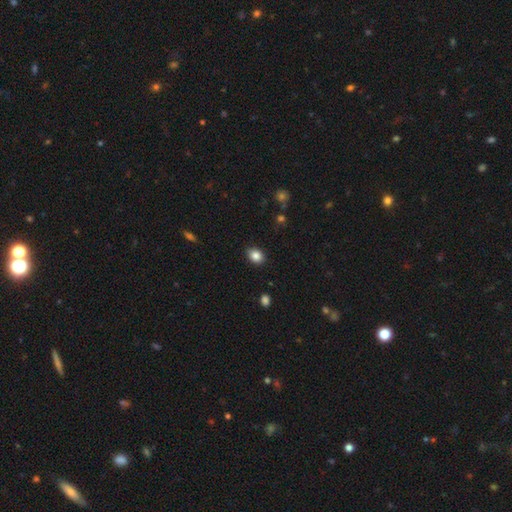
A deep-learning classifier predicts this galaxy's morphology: smooth 85%, star or artifact 9%, featured or disk 6%. Down the decision tree: how rounded — in between (63%); merging — none (88%).